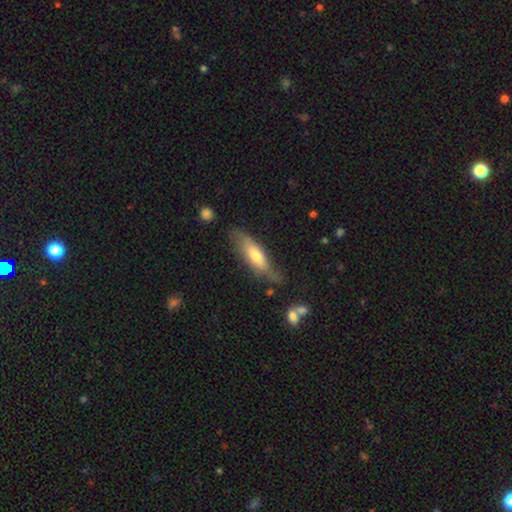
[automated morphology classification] Smooth or featured? Predicted: smooth (p=0.58). How rounded? Predicted: cigar-shaped (p=0.58). Merging? Predicted: none (p=0.63).